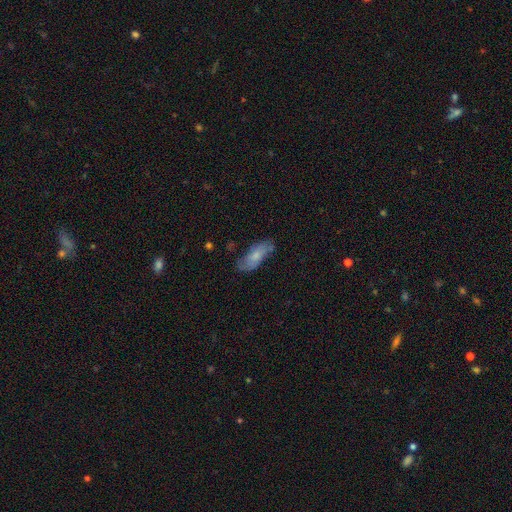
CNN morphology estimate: Overall: smooth (63%; featured or disk 30%). How rounded: in between (70%). Merging: none (63%; minor disturbance 26%).